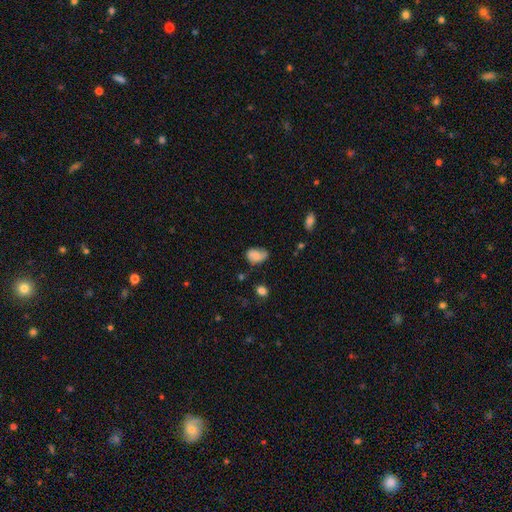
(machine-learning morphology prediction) smooth-or-featured: smooth: 64% | featured or disk: 27% | star or artifact: 9%
  how-rounded: in between: 81% | round: 18% | cigar-shaped: 1%
  merging: none: 49% | minor disturbance: 36% | major disturbance: 12% | merger: 3%